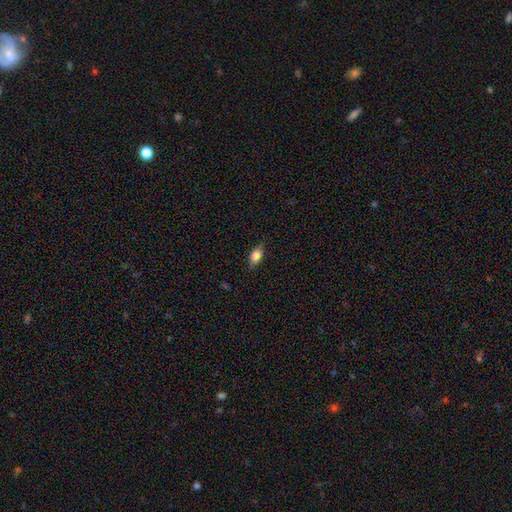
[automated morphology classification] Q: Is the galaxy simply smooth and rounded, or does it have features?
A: smooth — 79%.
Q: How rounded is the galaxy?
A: in between — 82%.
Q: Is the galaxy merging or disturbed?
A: none — 79%.